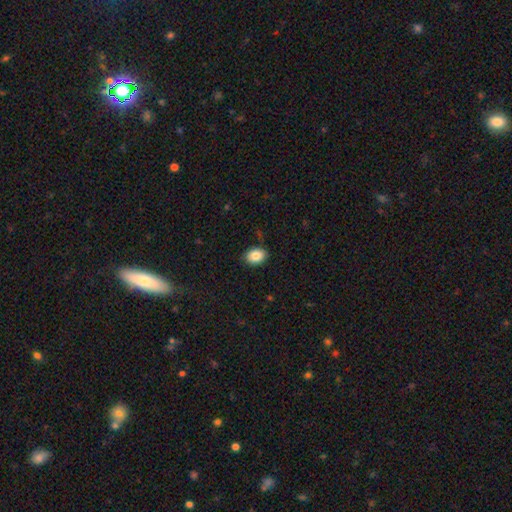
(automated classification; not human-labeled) This is clearly a smooth galaxy (85%). How rounded: likely in between (76%). Merging: clearly none (85%).